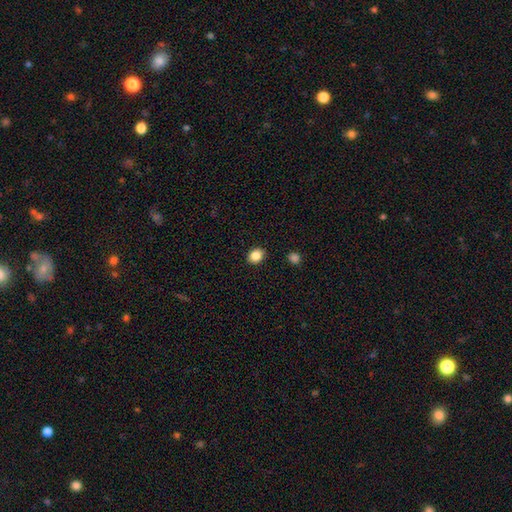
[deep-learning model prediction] smooth 86%, star or artifact 10%, featured or disk 5%. Down the decision tree: how rounded — round (55%); merging — none (89%).